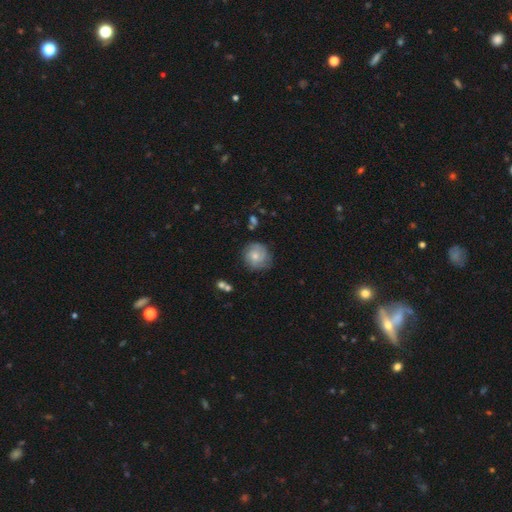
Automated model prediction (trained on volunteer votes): This appears to be a featured or disk galaxy (52%) with no bar (78%), spiral arms (83%) and a moderate central bulge (51%). Merging: none (73%).